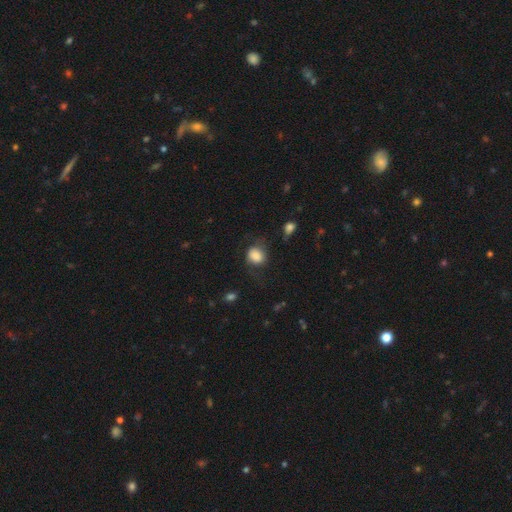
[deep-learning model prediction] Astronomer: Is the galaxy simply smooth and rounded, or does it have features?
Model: smooth — 77%.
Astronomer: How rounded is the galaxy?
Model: round — 55% (runner-up: in between, 44%).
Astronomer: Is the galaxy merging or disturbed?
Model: none — 52%.